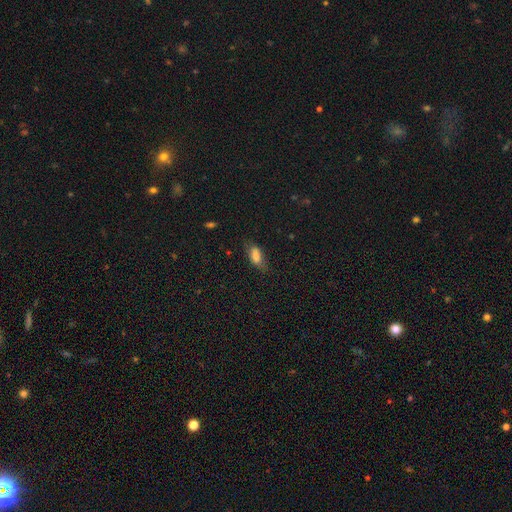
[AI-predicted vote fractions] Smooth or featured?
  - smooth: 79% *
  - featured or disk: 11%
  - star or artifact: 10%
How rounded?
  - in between: 83% *
  - cigar-shaped: 14%
  - round: 4%
Merging?
  - none: 59% *
  - minor disturbance: 28%
  - major disturbance: 11%
  - merger: 2%